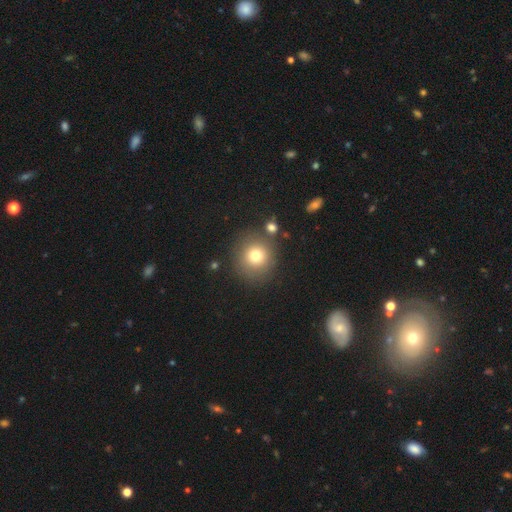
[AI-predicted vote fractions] Smooth or featured?
  - smooth: 76% *
  - star or artifact: 12%
  - featured or disk: 12%
How rounded?
  - round: 91% *
  - in between: 8%
  - cigar-shaped: 1%
Merging?
  - none: 81% *
  - minor disturbance: 9%
  - merger: 6%
  - major disturbance: 4%